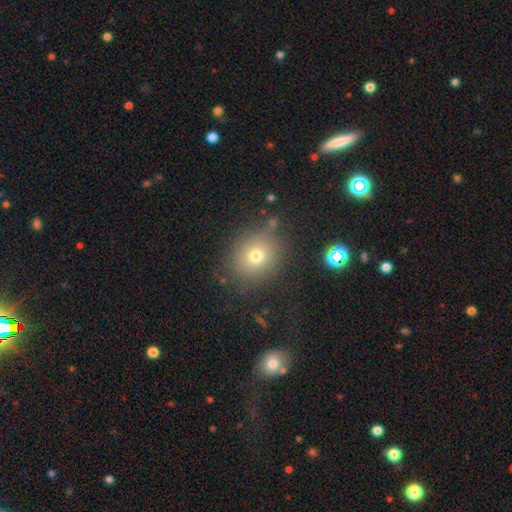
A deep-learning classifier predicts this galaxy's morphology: smooth_or_featured: smooth (p=0.72) [alt: star or artifact p=0.17]
how_rounded: round (p=0.75) [alt: in between p=0.24]
merging: none (p=0.81) [alt: minor disturbance p=0.12]